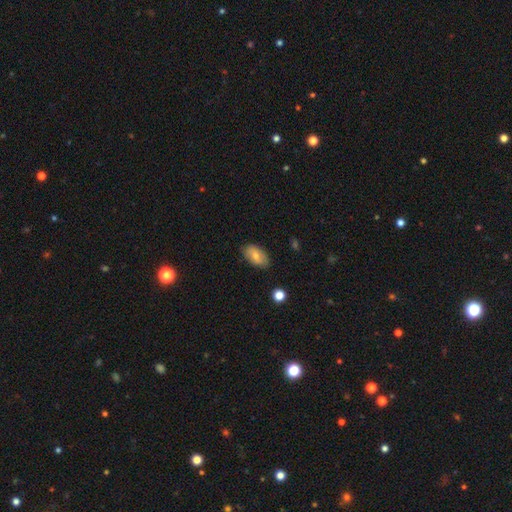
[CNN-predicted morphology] A smooth galaxy with no disk features (72%) that is in between round and cigar-shaped (93%). Merging: none (80%).